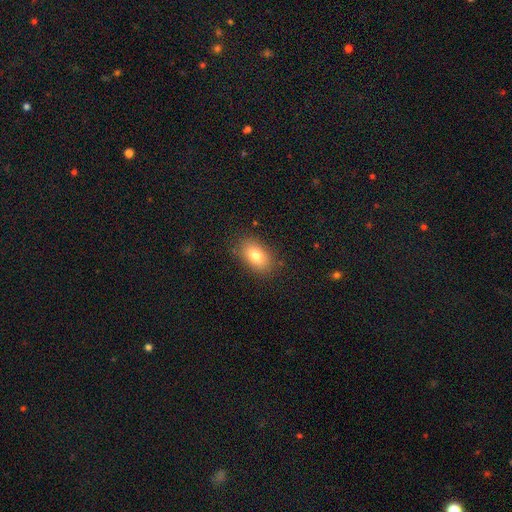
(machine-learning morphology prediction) A smooth galaxy with no disk features (79%) that is in between round and cigar-shaped (86%).

Vote fractions:
- Smooth or featured? smooth: 79% / featured or disk: 12% / star or artifact: 9%
- How rounded? in between: 86% / round: 12% / cigar-shaped: 2%
- Merging? none: 84% / minor disturbance: 11% / major disturbance: 3% / merger: 1%